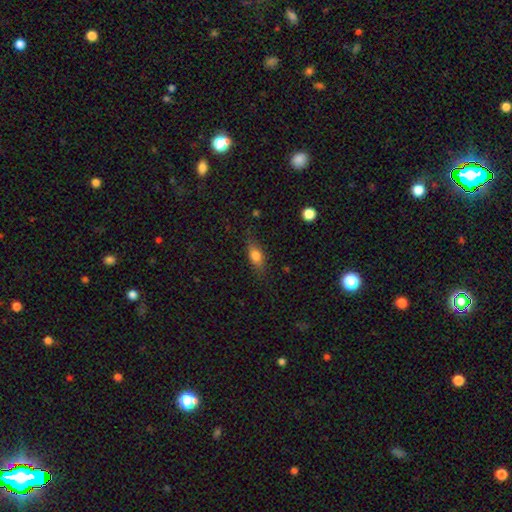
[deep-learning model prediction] smooth 73%, featured or disk 17%, star or artifact 9%. Down the decision tree: how rounded — in between (74%); merging — none (76%).